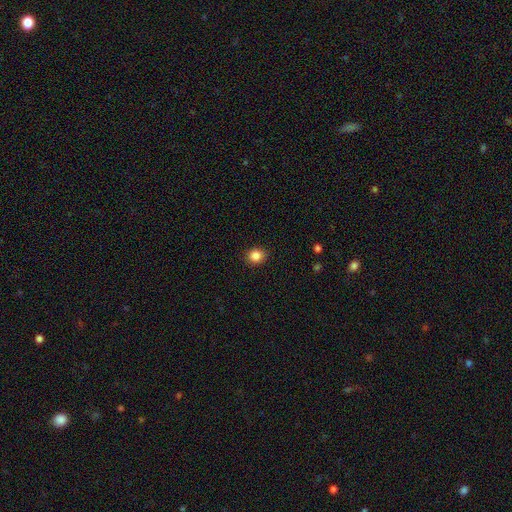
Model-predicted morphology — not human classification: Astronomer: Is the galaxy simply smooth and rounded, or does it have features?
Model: smooth — 86%.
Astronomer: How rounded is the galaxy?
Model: round — 71%.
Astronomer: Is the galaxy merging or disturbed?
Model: none — 89%.